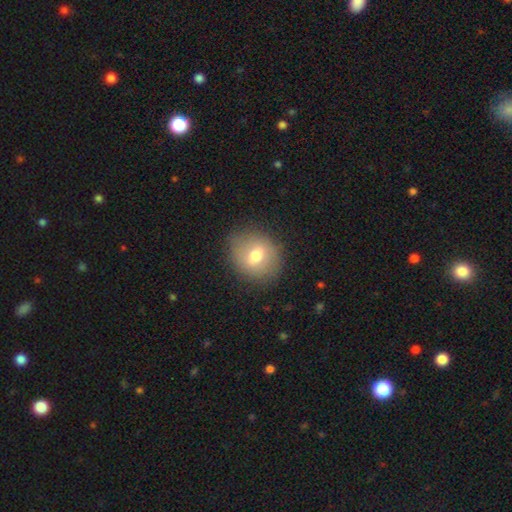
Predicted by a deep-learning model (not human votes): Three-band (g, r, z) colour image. It shows a smooth galaxy with no disk features (65%) that is round (71%). Merging: none (85%).